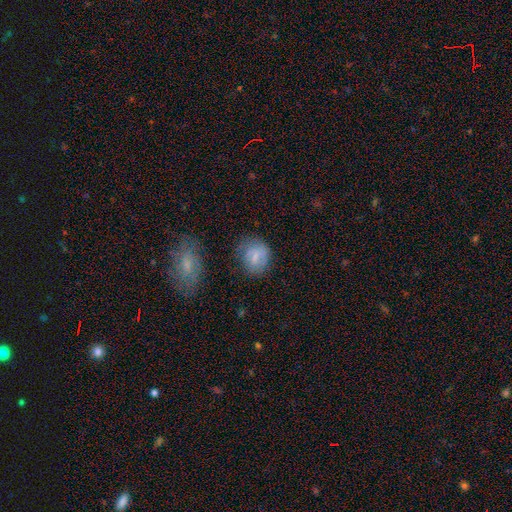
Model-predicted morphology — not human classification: The model was most divided on "how rounded": round: 58%, in between: 40%, cigar-shaped: 1%. More confident: smooth or featured — smooth (69%); merging — none (63%).